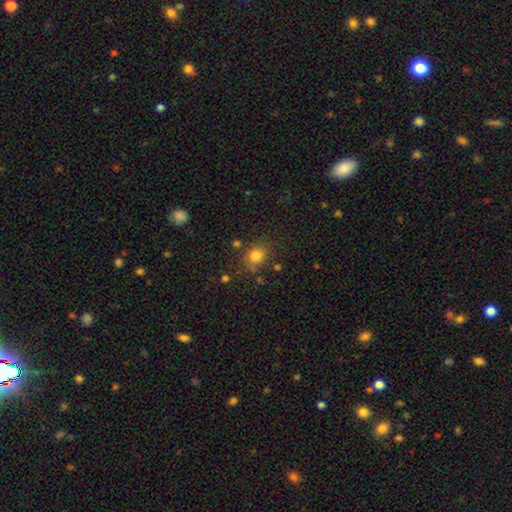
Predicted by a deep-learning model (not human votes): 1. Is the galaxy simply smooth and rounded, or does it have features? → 81% smooth, 12% star or artifact, 7% featured or disk.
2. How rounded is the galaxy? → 68% round, 31% in between, 1% cigar-shaped.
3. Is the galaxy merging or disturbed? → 72% none, 16% minor disturbance, 6% merger, 6% major disturbance.